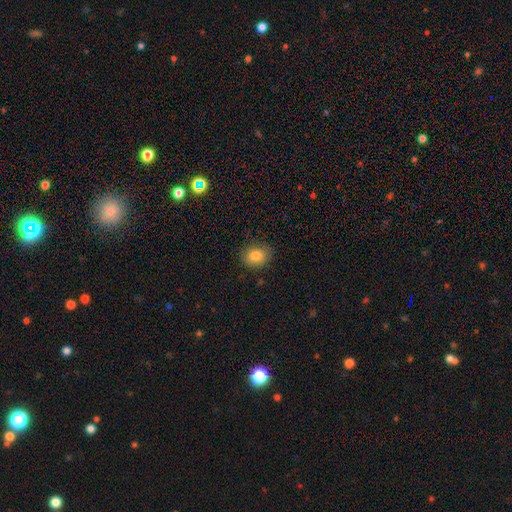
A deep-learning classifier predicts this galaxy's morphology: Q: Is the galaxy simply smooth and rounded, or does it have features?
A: smooth — 84%.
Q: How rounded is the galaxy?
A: in between — 56%.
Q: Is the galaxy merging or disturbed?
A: none — 80%.